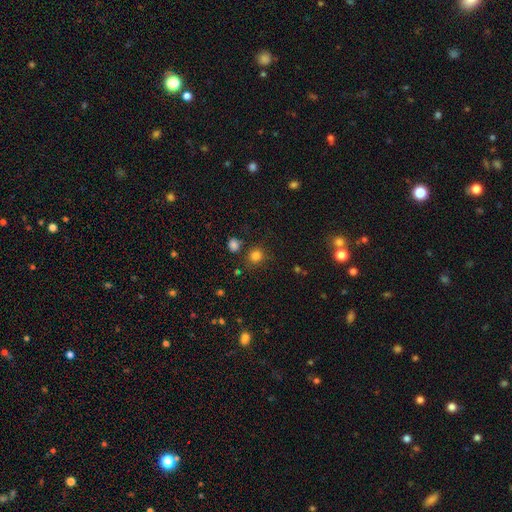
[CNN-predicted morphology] A smooth galaxy with no disk features (80%) that is round (87%). Merging: none (80%).